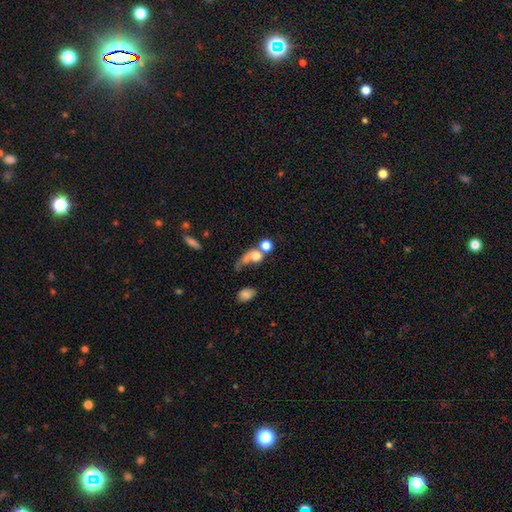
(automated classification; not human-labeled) A smooth galaxy with no disk features (65%) that is round (60%). Merging: merger (38%).